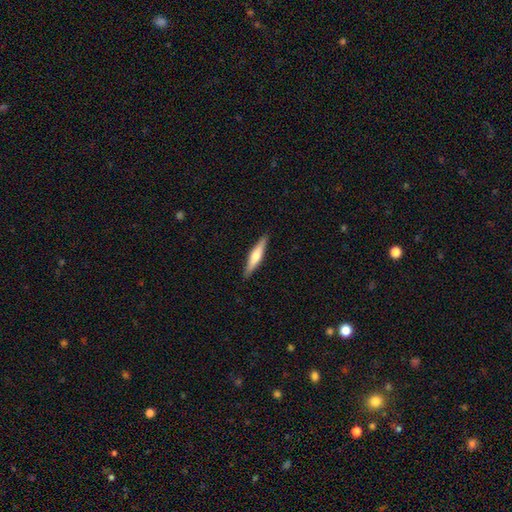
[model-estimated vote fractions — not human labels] A smooth galaxy with no disk features (49%). Merging: none (91%).